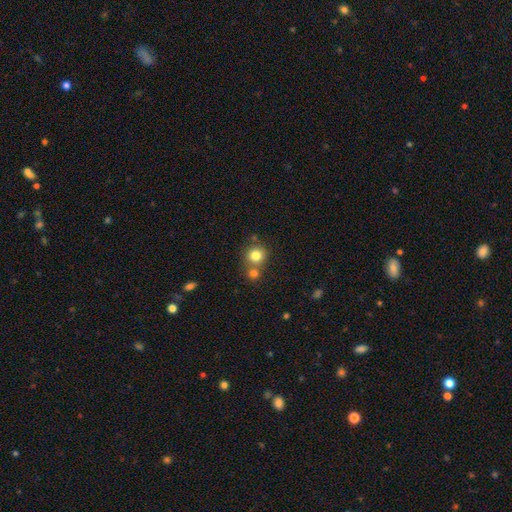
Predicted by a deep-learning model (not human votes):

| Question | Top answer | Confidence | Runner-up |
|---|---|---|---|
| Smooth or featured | smooth | 80% | star or artifact (12%) |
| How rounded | round | 89% | in between (10%) |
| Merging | none | 59% | merger (30%) |